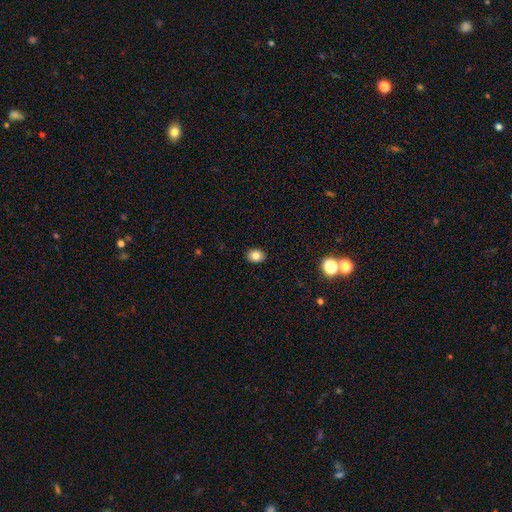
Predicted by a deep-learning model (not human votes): This is clearly a smooth galaxy (83%). How rounded: likely in between (65%). Merging: clearly none (90%).